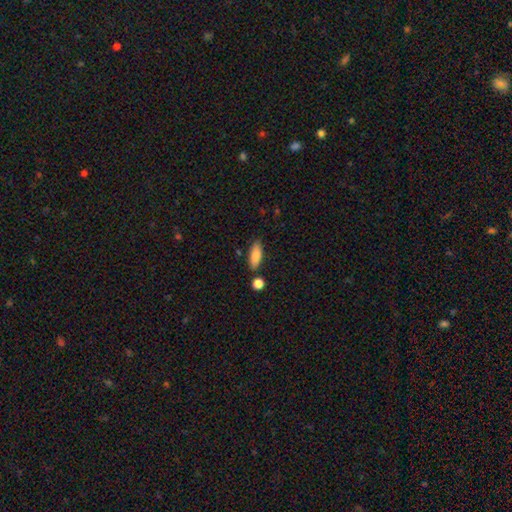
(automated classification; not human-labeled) This appears to be a smooth galaxy with no disk features (83%) that is in between round and cigar-shaped (73%). Merging: none (78%).